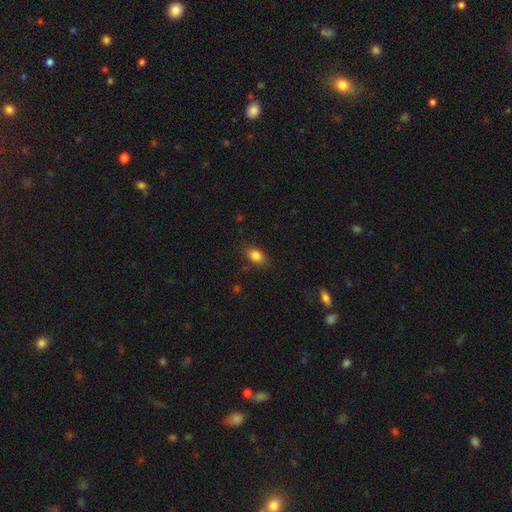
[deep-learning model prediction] A smooth galaxy with no disk features (84%) that is in between round and cigar-shaped (78%).

Vote fractions:
- Smooth or featured? smooth: 84% / star or artifact: 10% / featured or disk: 6%
- How rounded? in between: 78% / round: 20% / cigar-shaped: 2%
- Merging? none: 81% / minor disturbance: 14% / major disturbance: 4% / merger: 1%